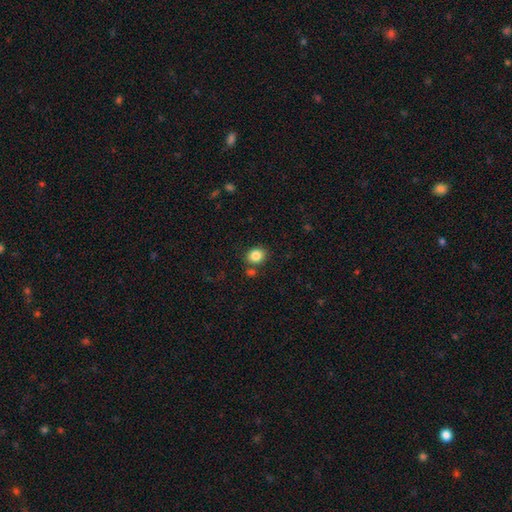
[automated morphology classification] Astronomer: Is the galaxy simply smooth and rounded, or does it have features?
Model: smooth — 85%.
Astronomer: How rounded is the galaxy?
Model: round — 63%.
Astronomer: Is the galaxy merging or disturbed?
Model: none — 77%.